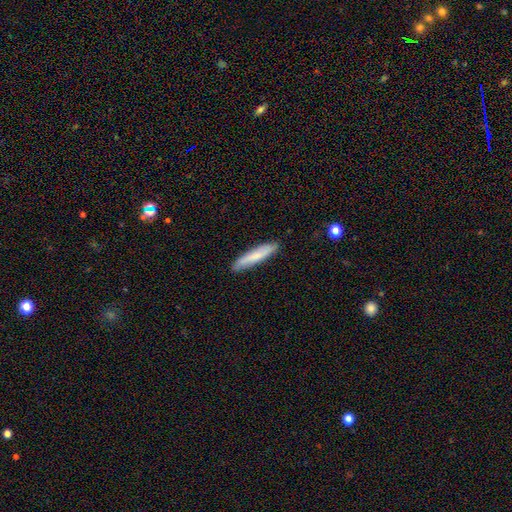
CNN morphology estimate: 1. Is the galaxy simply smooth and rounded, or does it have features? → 71% smooth, 24% featured or disk, 6% star or artifact.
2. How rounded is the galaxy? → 88% cigar-shaped, 10% in between, 1% round.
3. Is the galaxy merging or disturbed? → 89% none, 9% minor disturbance, 2% major disturbance, 1% merger.